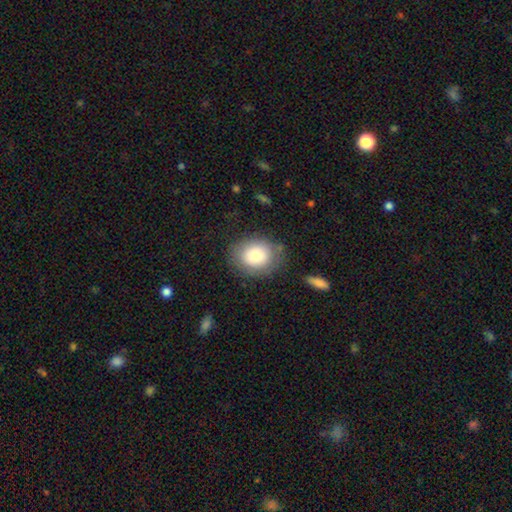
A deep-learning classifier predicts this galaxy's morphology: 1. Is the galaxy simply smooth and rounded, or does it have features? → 78% smooth, 14% featured or disk, 8% star or artifact.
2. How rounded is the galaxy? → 50% round, 49% in between, 1% cigar-shaped.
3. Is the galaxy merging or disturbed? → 77% none, 15% minor disturbance, 6% major disturbance, 2% merger.